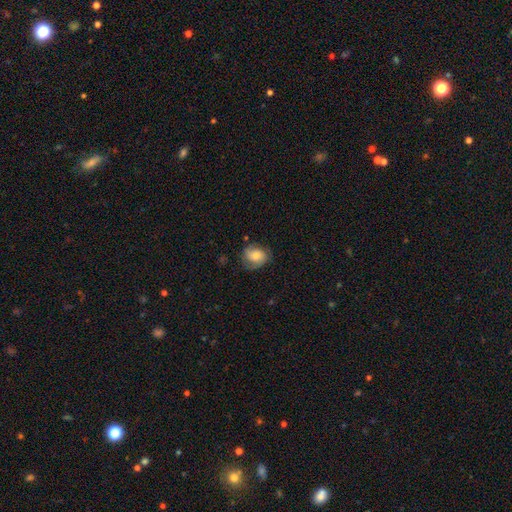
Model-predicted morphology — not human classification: Smooth or featured? smooth (60%)
How rounded? round (57%)
Merging? none (64%)